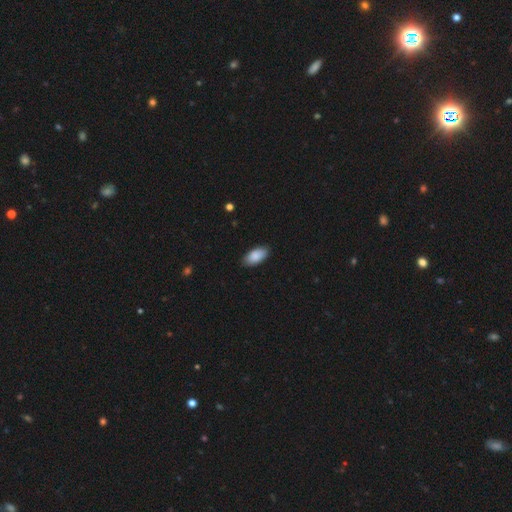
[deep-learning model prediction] Morphology: type=smooth (89%); roundness=in between (93%); merging=none (86%).